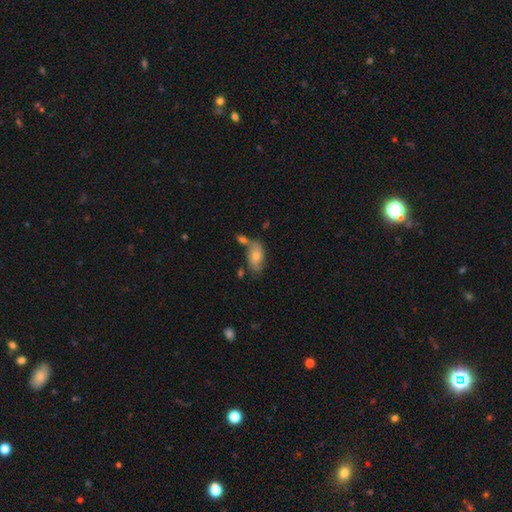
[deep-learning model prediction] A smooth galaxy with no disk features (70%) that is in between round and cigar-shaped (90%).

Vote fractions:
- Smooth or featured? smooth: 70% / featured or disk: 22% / star or artifact: 7%
- How rounded? in between: 90% / cigar-shaped: 5% / round: 5%
- Merging? none: 52% / merger: 22% / minor disturbance: 19% / major disturbance: 6%